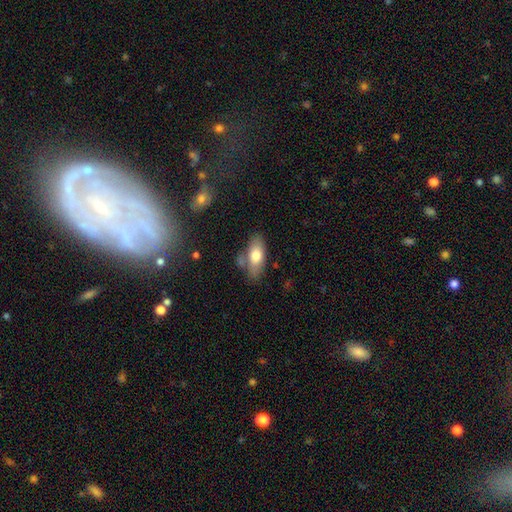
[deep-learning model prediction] Overall: smooth (74%). How rounded: in between (85%). Merging: none (65%).